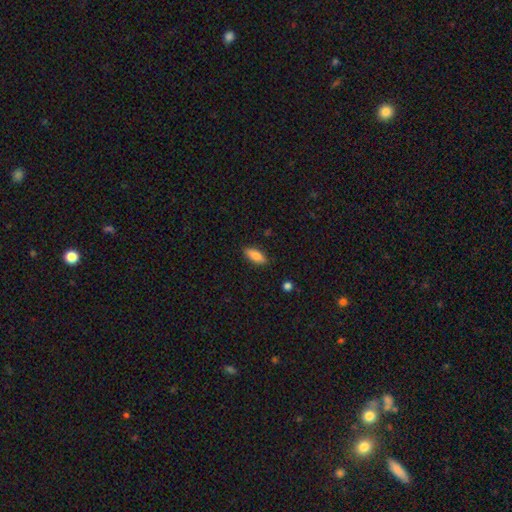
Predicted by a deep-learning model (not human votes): Morphology: type=smooth (82%); roundness=in between (70%); merging=none (86%).